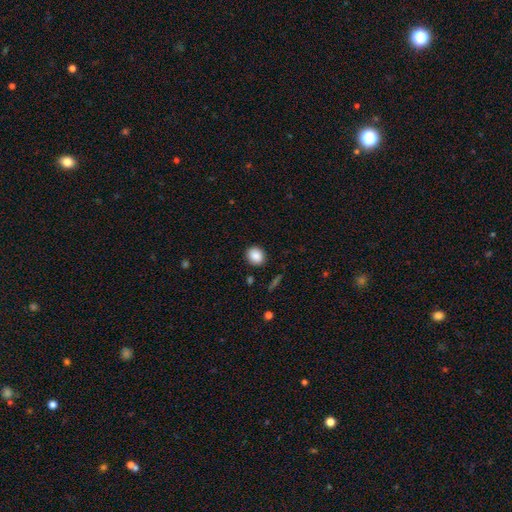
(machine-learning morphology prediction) smooth 88%, star or artifact 8%, featured or disk 4%. Down the decision tree: how rounded — round (68%); merging — none (89%).